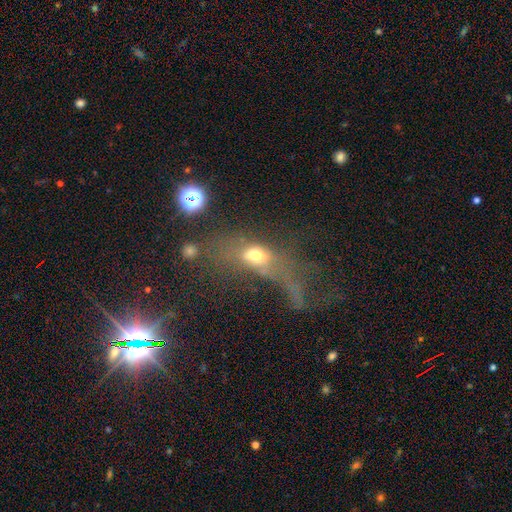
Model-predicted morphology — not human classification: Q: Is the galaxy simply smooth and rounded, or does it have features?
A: smooth — 55%.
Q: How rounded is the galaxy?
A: in between — 67%.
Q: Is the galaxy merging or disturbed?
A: major disturbance — 51%.